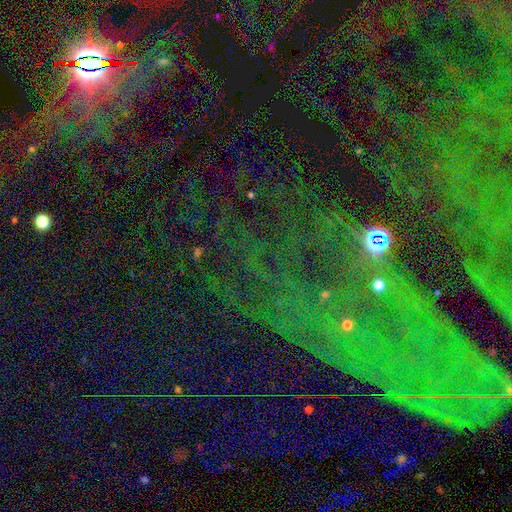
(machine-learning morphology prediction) This is likely a star or artifact rather than a galaxy (78%).